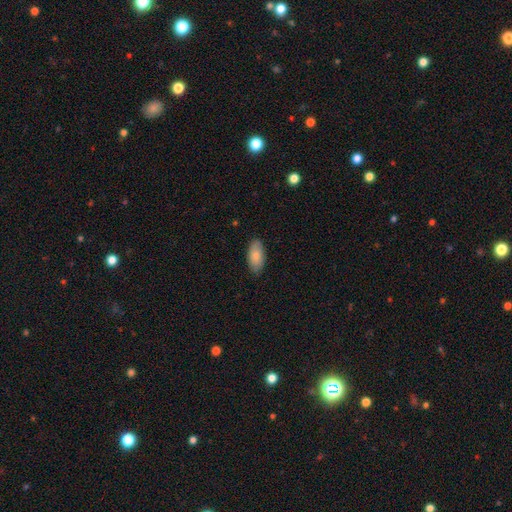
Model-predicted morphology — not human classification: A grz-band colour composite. It shows a smooth galaxy with no disk features (81%) that is in between round and cigar-shaped (93%). Merging: none (85%).